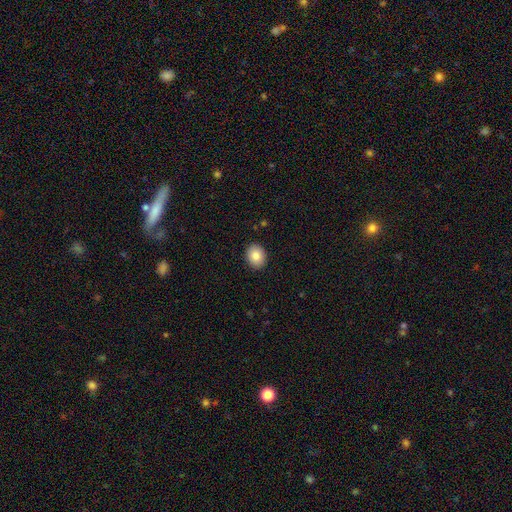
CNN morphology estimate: This is clearly a smooth galaxy (84%). How rounded: possibly round (51%). Merging: clearly none (91%).